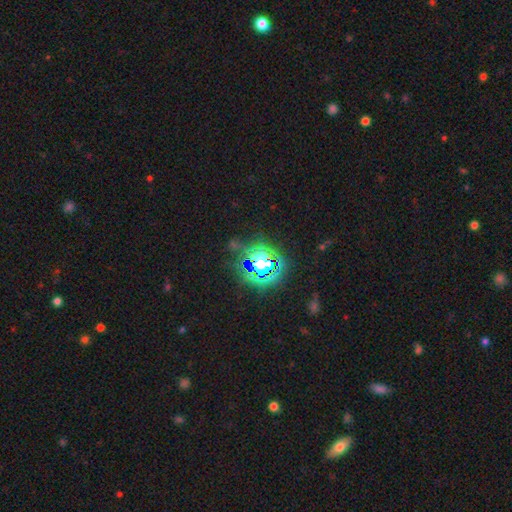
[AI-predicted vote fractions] smooth_or_featured: star or artifact (p=0.81) [alt: smooth p=0.11]